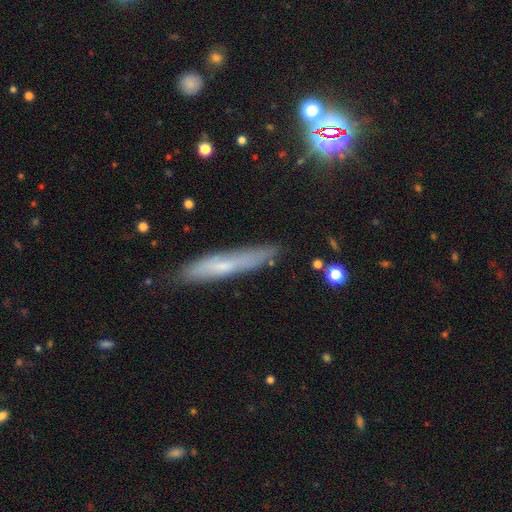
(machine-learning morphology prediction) The model was most divided on "smooth or featured": smooth: 57%, featured or disk: 35%, star or artifact: 8%. More confident: how rounded — cigar-shaped (88%); merging — none (76%).